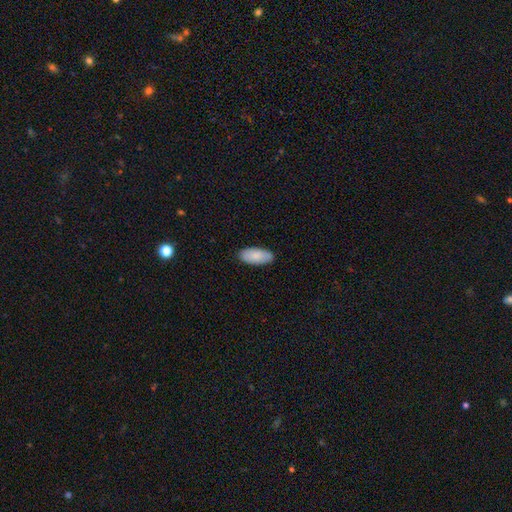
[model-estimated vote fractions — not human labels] Smooth or featured? Predicted: smooth (p=0.85). How rounded? Predicted: in between (p=0.91). Merging? Predicted: none (p=0.84).